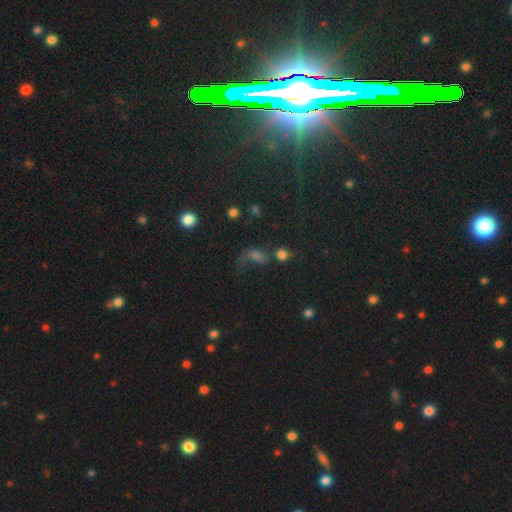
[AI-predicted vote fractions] Smooth or featured? smooth (46%)
Merging? major disturbance (32%)